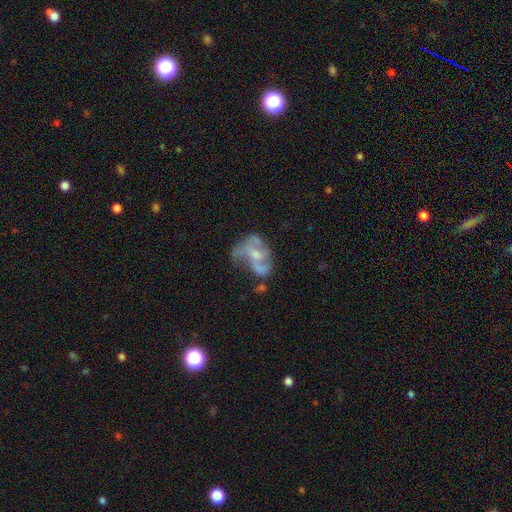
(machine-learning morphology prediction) A featured or disk galaxy (69%) with no bar (65%), spiral arms (56%) and a moderate central bulge (41%).

Vote fractions:
- Smooth or featured? featured or disk: 69% / smooth: 21% / star or artifact: 10%
- Edge-on disk? no: 97% / yes: 3%
- Bar? no: 65% / weak: 28% / strong: 7%
- Spiral arms? yes: 56% / no: 44%
- Bulge size? moderate: 41% / small: 40% / none: 15% / large: 3% / dominant: 1%
- Merging? major disturbance: 35% / none: 33% / minor disturbance: 21% / merger: 11%